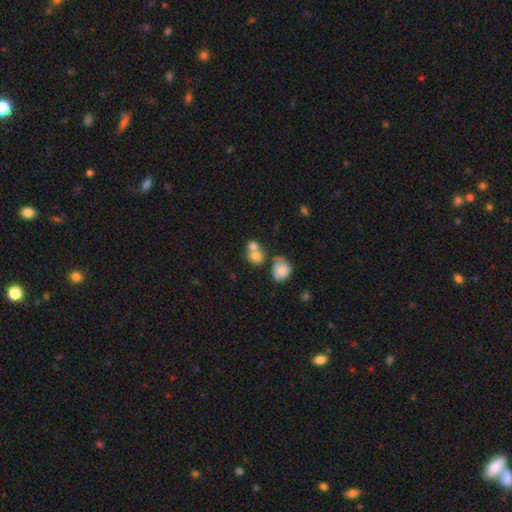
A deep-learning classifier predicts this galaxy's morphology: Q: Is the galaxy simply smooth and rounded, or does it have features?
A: smooth — 75%.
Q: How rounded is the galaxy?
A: round — 65%.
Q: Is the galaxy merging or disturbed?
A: merger — 59%.